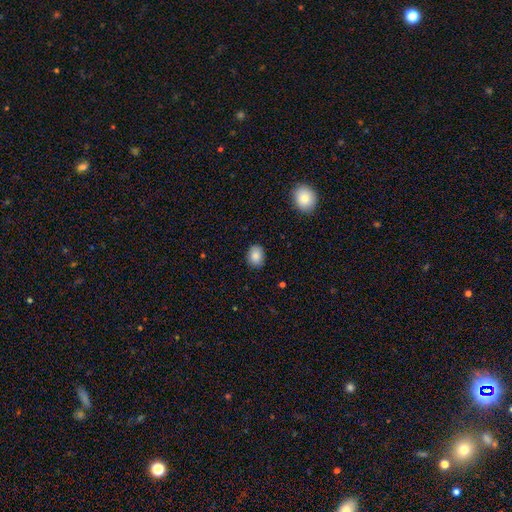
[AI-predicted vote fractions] Smooth or featured? smooth (86%)
How rounded? in between (56%)
Merging? none (85%)